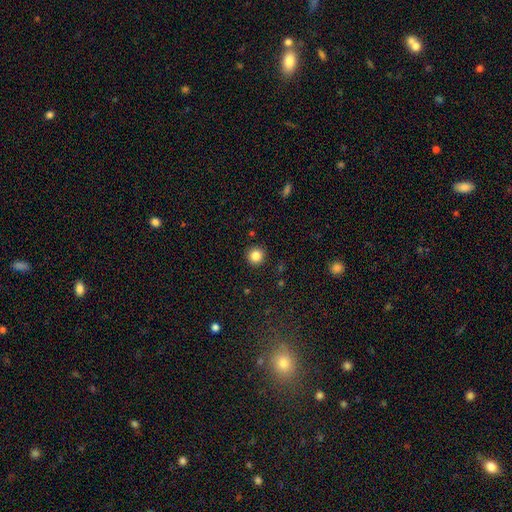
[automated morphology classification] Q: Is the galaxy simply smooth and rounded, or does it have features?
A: smooth — 85%.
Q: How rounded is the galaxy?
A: round — 94%.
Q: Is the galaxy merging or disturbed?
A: none — 92%.